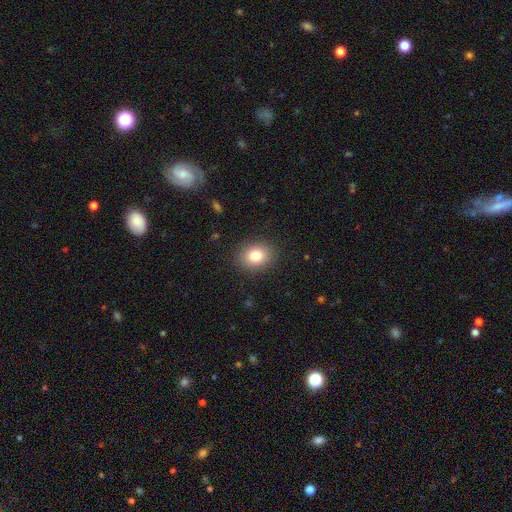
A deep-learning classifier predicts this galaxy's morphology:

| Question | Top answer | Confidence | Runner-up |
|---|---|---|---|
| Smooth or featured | smooth | 80% | star or artifact (11%) |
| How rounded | round | 54% | in between (45%) |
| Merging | none | 89% | minor disturbance (8%) |